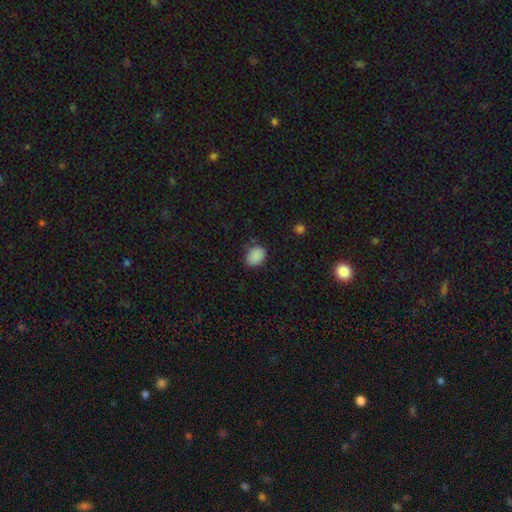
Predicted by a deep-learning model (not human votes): Smooth or featured? Predicted: smooth (p=0.88). How rounded? Predicted: in between (p=0.61). Merging? Predicted: none (p=0.78).